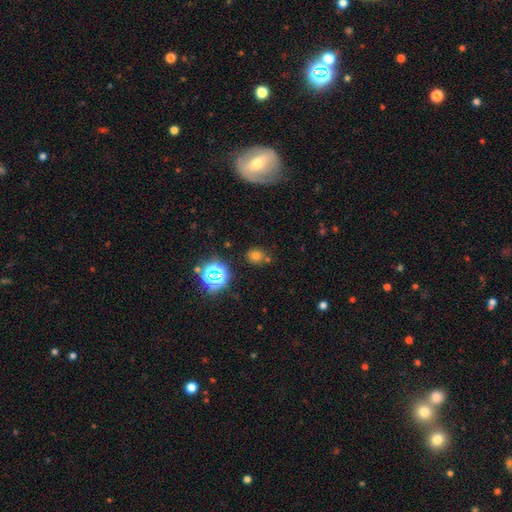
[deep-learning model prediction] The model was most divided on "how rounded": round: 67%, in between: 31%, cigar-shaped: 1%. More confident: merging — none (70%); smooth or featured — smooth (64%).